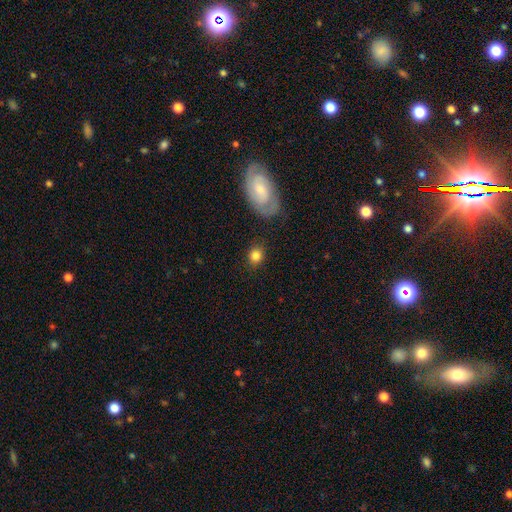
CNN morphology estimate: Smooth or featured?
  - smooth: 83% *
  - star or artifact: 9%
  - featured or disk: 8%
How rounded?
  - round: 76% *
  - in between: 23%
  - cigar-shaped: 1%
Merging?
  - none: 84% *
  - minor disturbance: 10%
  - major disturbance: 4%
  - merger: 3%